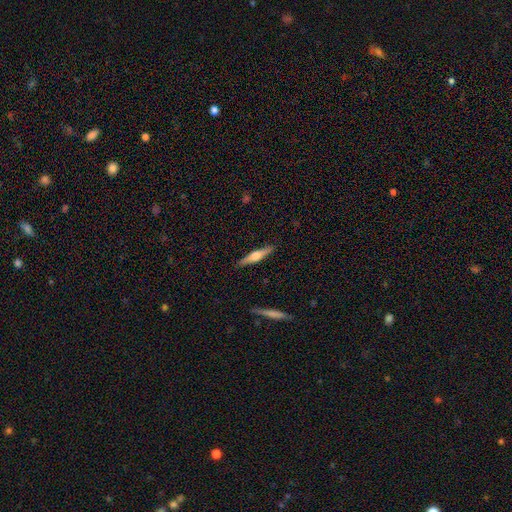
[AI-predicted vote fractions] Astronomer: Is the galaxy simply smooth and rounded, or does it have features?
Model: featured or disk — 58% (runner-up: smooth, 36%).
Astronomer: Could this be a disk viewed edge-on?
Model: yes — 96%.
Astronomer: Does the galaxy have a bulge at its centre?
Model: rounded — 89%.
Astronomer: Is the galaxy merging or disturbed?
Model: none — 90%.